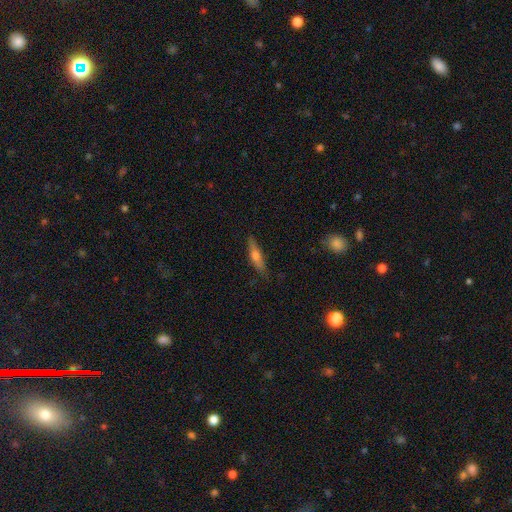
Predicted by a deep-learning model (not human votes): The model was most divided on "smooth or featured": featured or disk: 51%, smooth: 42%, star or artifact: 7%. More confident: edge-on disk — yes (92%); merging — none (85%).